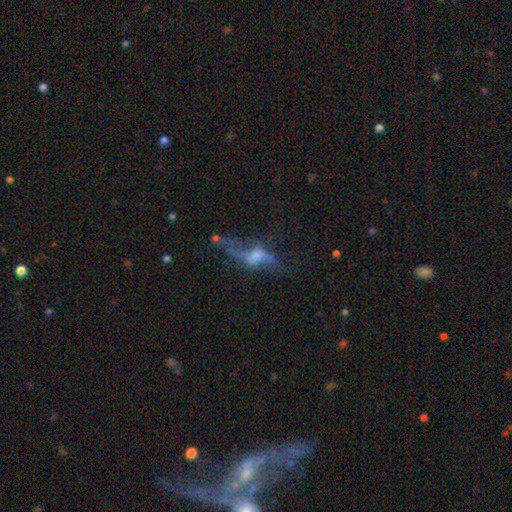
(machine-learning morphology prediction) Smooth or featured: featured or disk — 61% (smooth — 25%)
Edge-on disk: no — 72% (yes — 28%)
Merging: none — 38% (major disturbance — 36%)